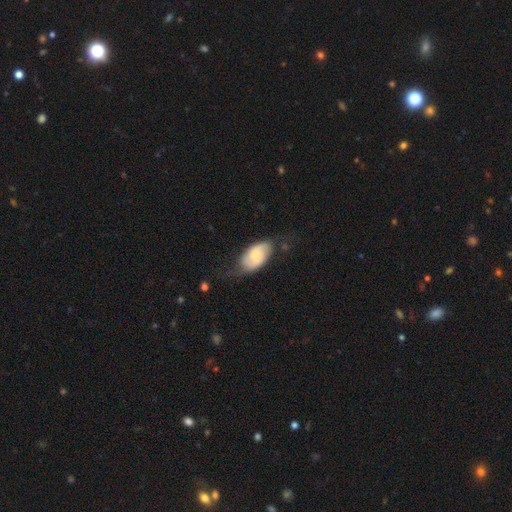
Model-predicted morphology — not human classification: smooth 56%, featured or disk 38%, star or artifact 6%. Down the decision tree: how rounded — in between (93%); merging — none (47%).